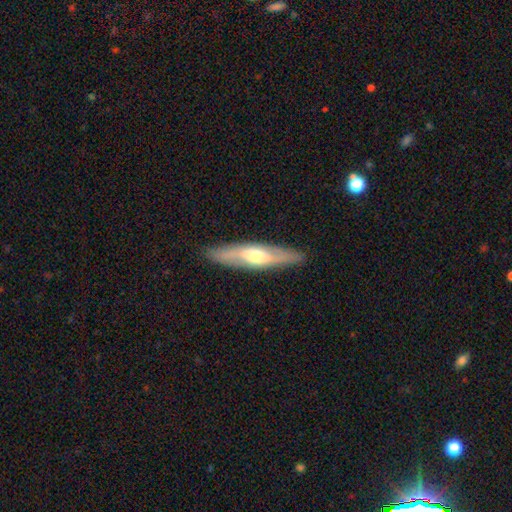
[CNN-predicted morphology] Smooth or featured? featured or disk (57%)
Edge-on disk? yes (66%)
Merging? none (88%)